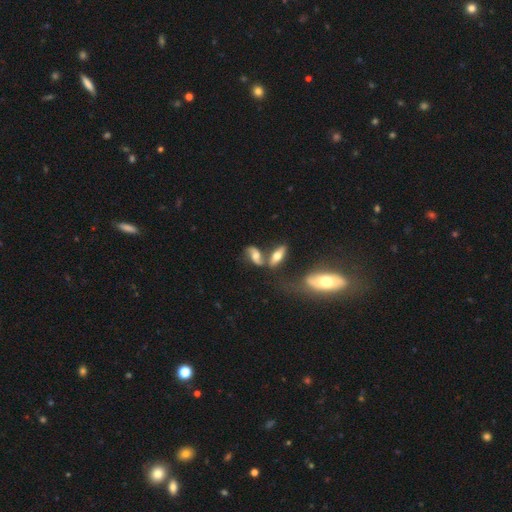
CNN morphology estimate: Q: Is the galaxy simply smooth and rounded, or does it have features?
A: featured or disk — 58%.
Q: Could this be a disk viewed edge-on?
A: no — 78%.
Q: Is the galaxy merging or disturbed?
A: merger — 39%.